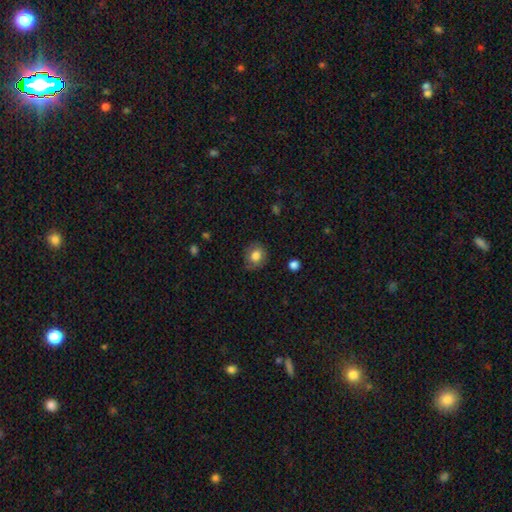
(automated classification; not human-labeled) smooth-or-featured: smooth: 80% | featured or disk: 11% | star or artifact: 9%
  how-rounded: round: 74% | in between: 25% | cigar-shaped: 1%
  merging: none: 76% | minor disturbance: 18% | major disturbance: 5% | merger: 1%